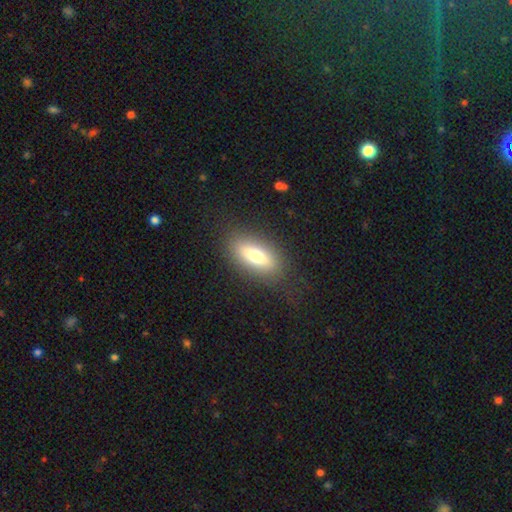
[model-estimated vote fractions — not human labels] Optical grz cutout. It shows a smooth galaxy with no disk features (70%) that is in between round and cigar-shaped (78%). Merging: none (84%).